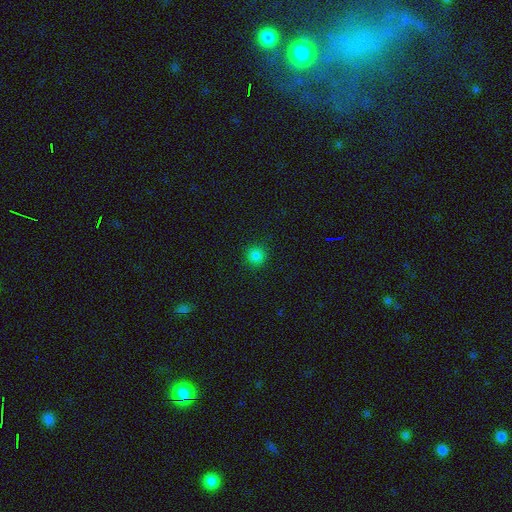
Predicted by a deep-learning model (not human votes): The model was most divided on "smooth or featured": smooth: 83%, star or artifact: 14%, featured or disk: 3%. More confident: how rounded — round (93%); merging — none (91%).